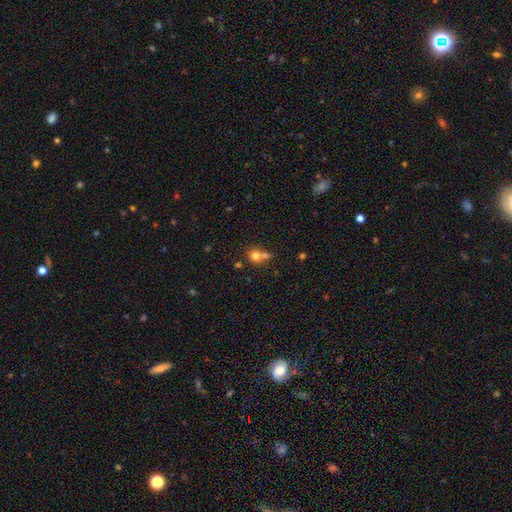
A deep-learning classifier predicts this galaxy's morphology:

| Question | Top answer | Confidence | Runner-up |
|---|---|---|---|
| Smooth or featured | smooth | 72% | star or artifact (15%) |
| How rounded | round | 81% | in between (18%) |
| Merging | merger | 45% | none (43%) |